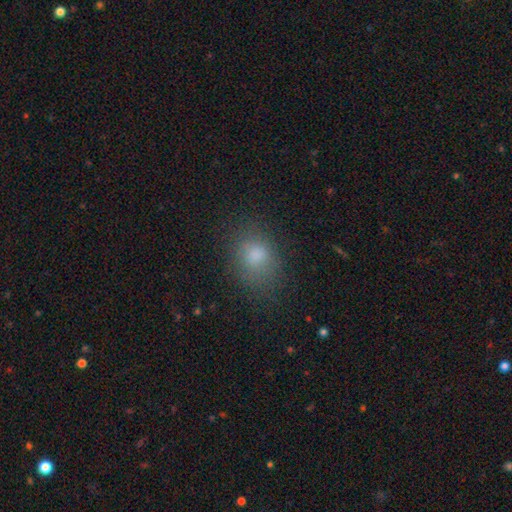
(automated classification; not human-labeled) A smooth galaxy with no disk features (79%) that is in between round and cigar-shaped (56%). Merging: none (75%).